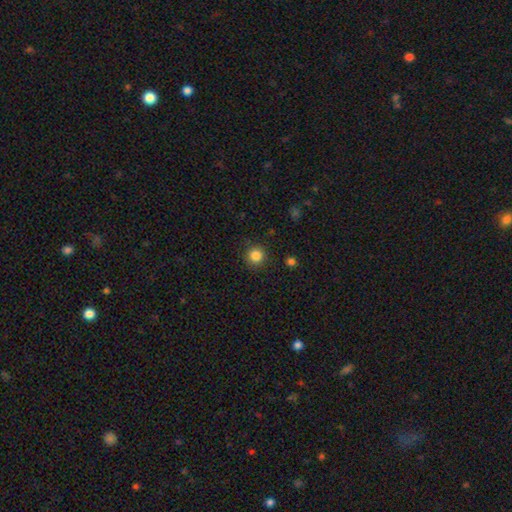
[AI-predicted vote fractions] Morphology: type=smooth (85%); roundness=round (94%); merging=none (90%).